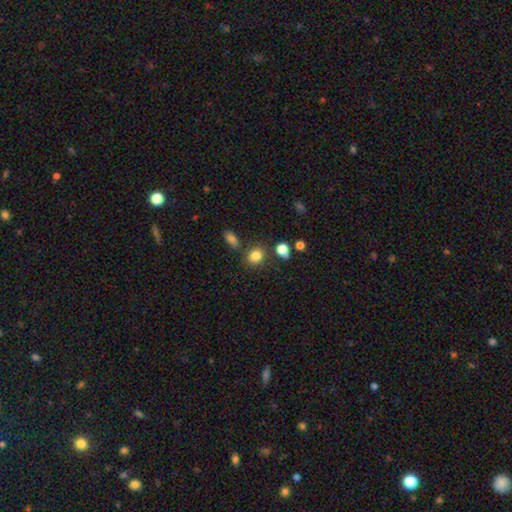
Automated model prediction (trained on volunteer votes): Smooth or featured? smooth (82%)
How rounded? round (68%)
Merging? none (77%)